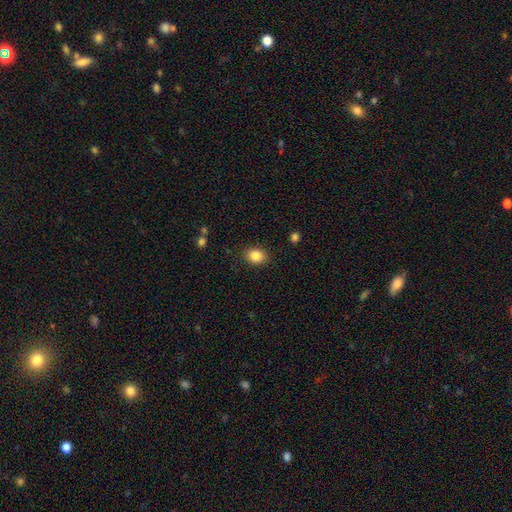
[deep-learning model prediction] smooth_or_featured: smooth (p=0.85) [alt: star or artifact p=0.09]
how_rounded: in between (p=0.55) [alt: round p=0.44]
merging: none (p=0.88) [alt: minor disturbance p=0.09]